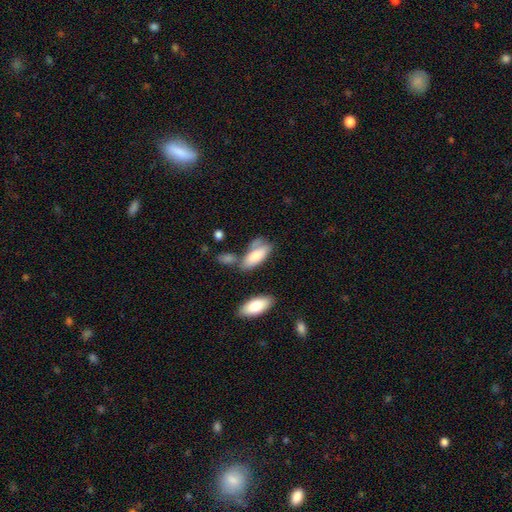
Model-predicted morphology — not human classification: A smooth galaxy with no disk features (76%) that is in between round and cigar-shaped (81%). Merging: none (41%).